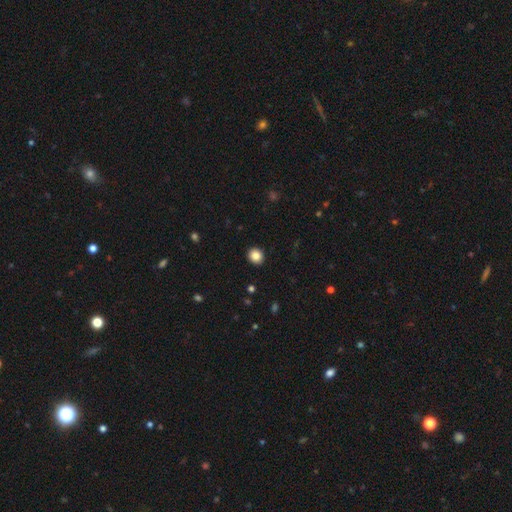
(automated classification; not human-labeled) Morphology: type=smooth (85%); roundness=round (80%); merging=none (92%).